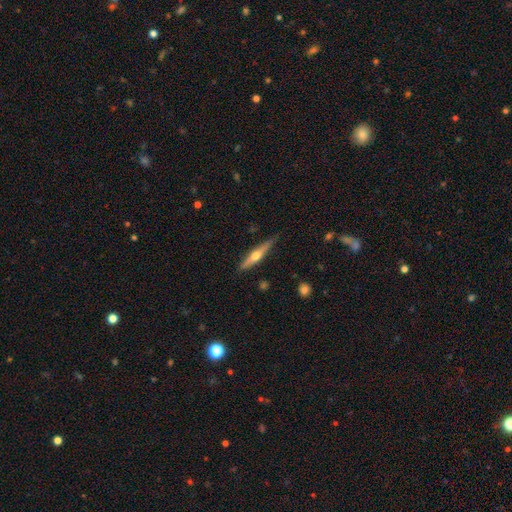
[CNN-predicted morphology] type=featured or disk (63%); edge-on=yes (96%); edge-on bulge=rounded (94%); merging=none (84%).